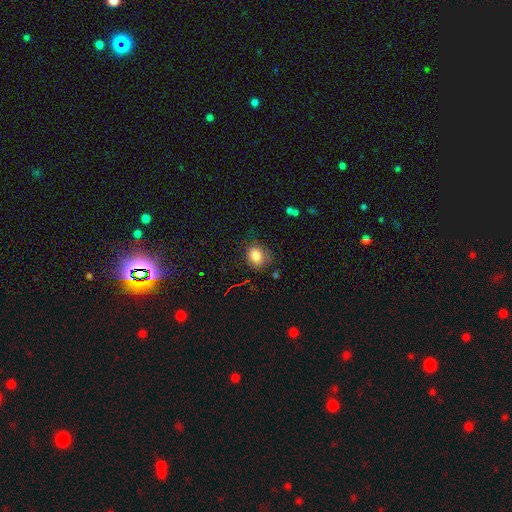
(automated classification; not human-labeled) Smooth or featured: smooth — 82% (star or artifact — 11%)
How rounded: round — 56% (in between — 43%)
Merging: none — 67% (minor disturbance — 23%)